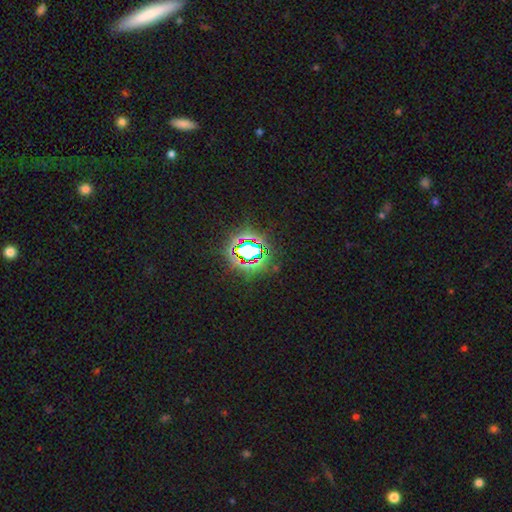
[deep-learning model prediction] Smooth or featured? Predicted: star or artifact (p=0.78).